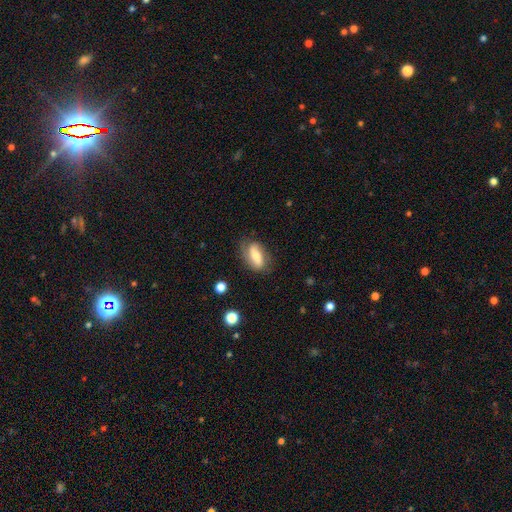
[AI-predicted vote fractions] Morphology: type=smooth (49%); merging=none (72%).